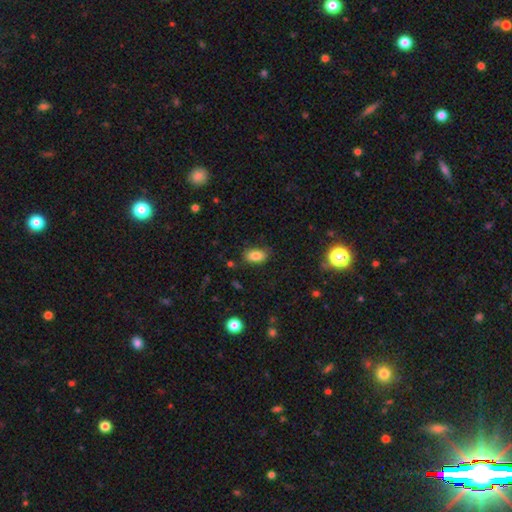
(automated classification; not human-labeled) This is clearly a smooth galaxy (83%). How rounded: clearly in between (90%). Merging: clearly none (82%).